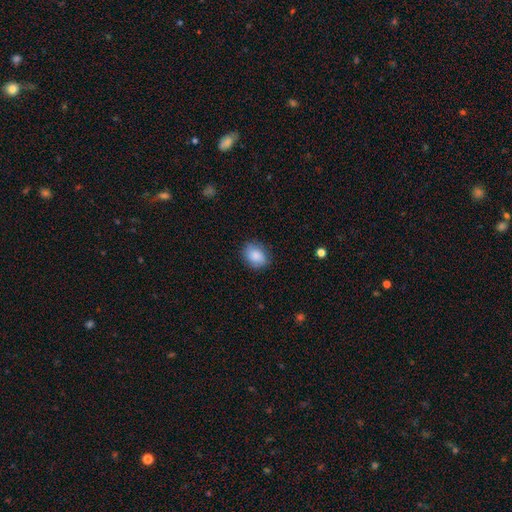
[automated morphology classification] Overall: smooth (86%). How rounded: in between (61%; round 38%). Merging: none (81%).